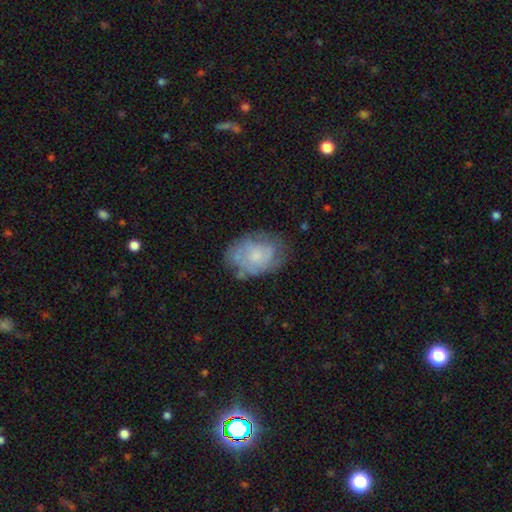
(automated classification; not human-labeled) featured or disk 54%, smooth 38%, star or artifact 8%. Down the decision tree: edge-on disk — no (97%); bar — no (81%); spiral arms — yes (62%); bulge size — small (46%); merging — none (62%).